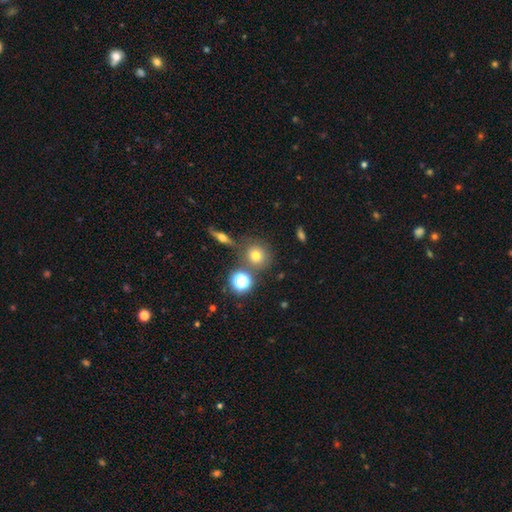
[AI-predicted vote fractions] Smooth or featured? smooth (69%)
How rounded? round (87%)
Merging? none (75%)